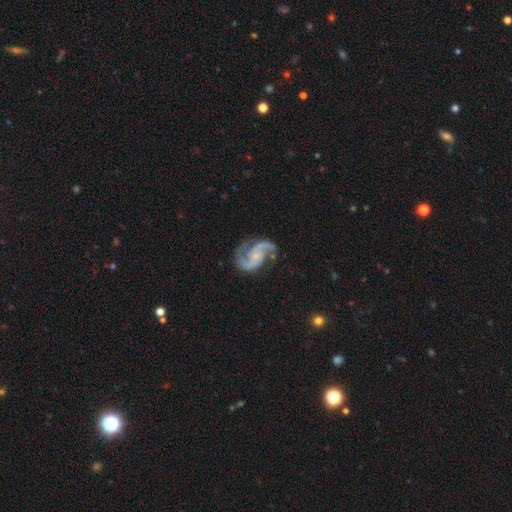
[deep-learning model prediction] A featured or disk galaxy (92%) with no bar (61%), 2 (92%) medium (59%) spiral arms (98%) and a small central bulge (70%).

Vote fractions:
- Smooth or featured? featured or disk: 92% / star or artifact: 4% / smooth: 4%
- Edge-on disk? no: 98% / yes: 2%
- Bar? no: 61% / weak: 30% / strong: 9%
- Spiral arms? yes: 98% / no: 2%
- Spiral winding? medium: 59% / loose: 23% / tight: 17%
- Spiral arm count? 2: 92% / 3: 3% / can't tell: 2% / 1: 1% / 4: 1% / more than 4: 1%
- Bulge size? small: 70% / moderate: 17% / none: 10% / large: 1% / dominant: 1%
- Merging? none: 71% / minor disturbance: 18% / major disturbance: 9% / merger: 2%